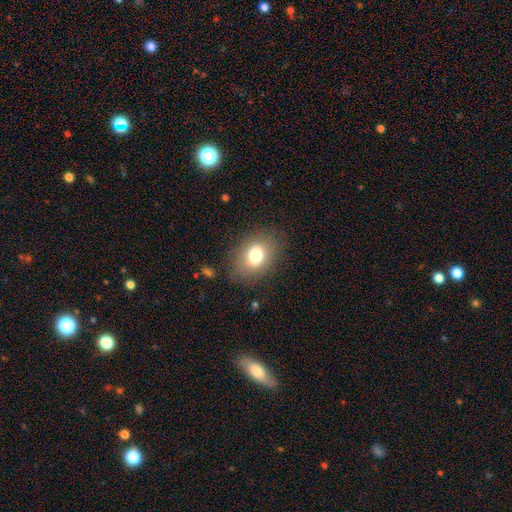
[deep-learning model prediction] smooth 75%, featured or disk 14%, star or artifact 11%. Down the decision tree: how rounded — in between (64%); merging — none (81%).